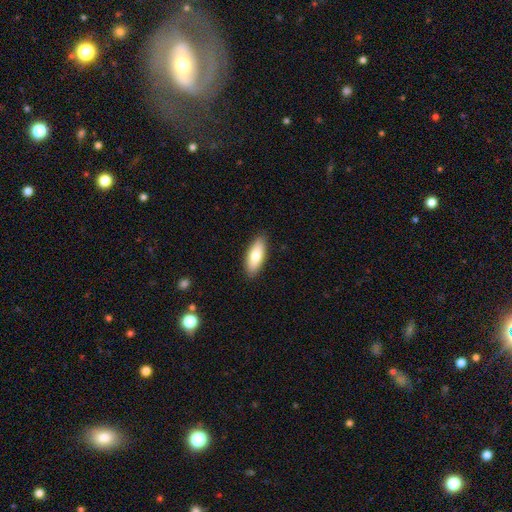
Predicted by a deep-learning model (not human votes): smooth 78%, featured or disk 16%, star or artifact 6%. Down the decision tree: how rounded — in between (72%); merging — none (89%).